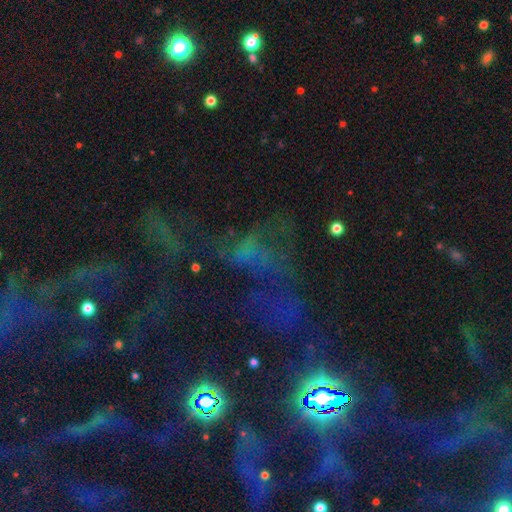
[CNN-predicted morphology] A star or artifact, not a galaxy (55%).